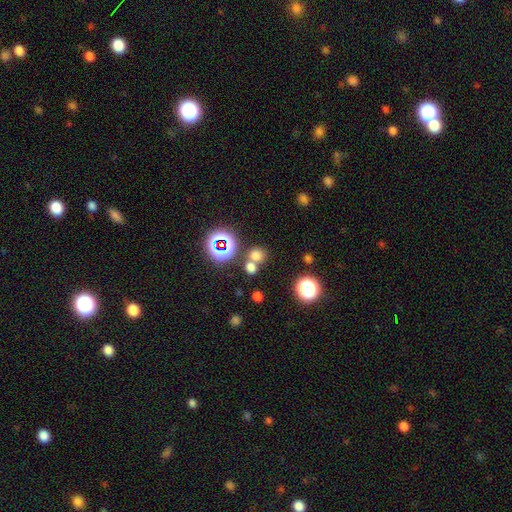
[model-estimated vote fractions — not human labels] Overall: smooth (66%; star or artifact 26%). How rounded: round (78%). Merging: none (58%; merger 30%).